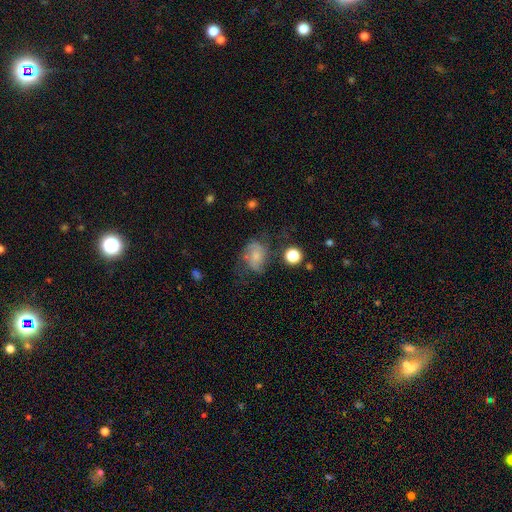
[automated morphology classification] The model was most divided on "smooth or featured": featured or disk: 47%, smooth: 42%, star or artifact: 11%. Remaining: merging — none (44%).